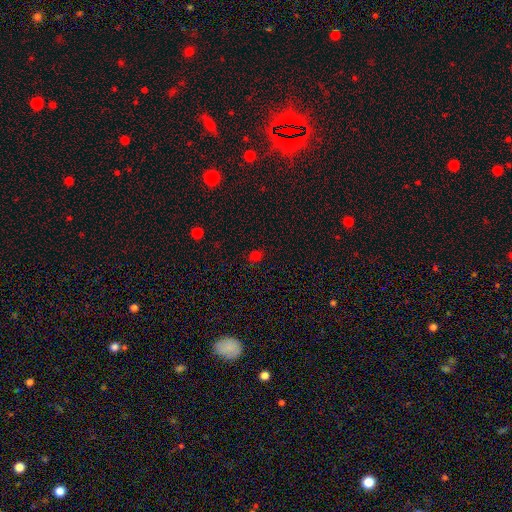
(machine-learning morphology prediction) This appears to be a smooth galaxy with no disk features (69%) that is round (65%). Merging: none (83%).